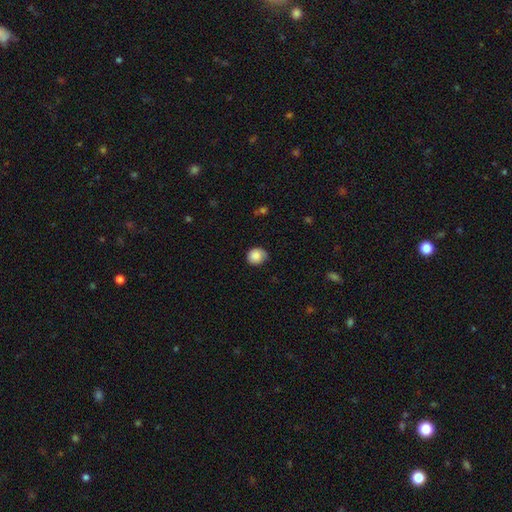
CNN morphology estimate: A smooth galaxy with no disk features (86%) that is round (79%).

Vote fractions:
- Smooth or featured? smooth: 86% / star or artifact: 8% / featured or disk: 5%
- How rounded? round: 79% / in between: 20% / cigar-shaped: 1%
- Merging? none: 71% / minor disturbance: 24% / major disturbance: 4% / merger: 1%